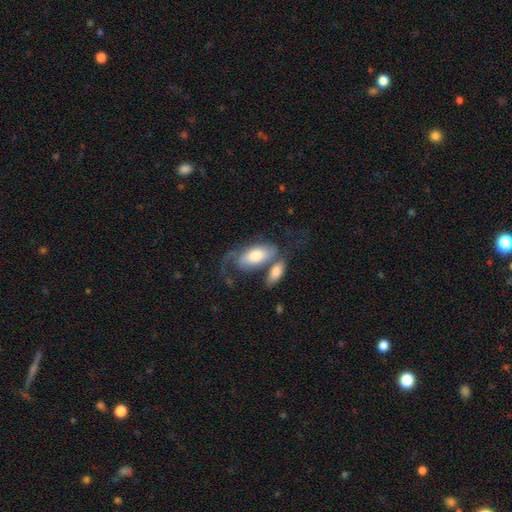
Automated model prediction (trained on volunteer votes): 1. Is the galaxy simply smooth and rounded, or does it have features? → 50% smooth, 44% featured or disk, 6% star or artifact.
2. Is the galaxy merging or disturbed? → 43% merger, 23% none, 21% major disturbance, 13% minor disturbance.